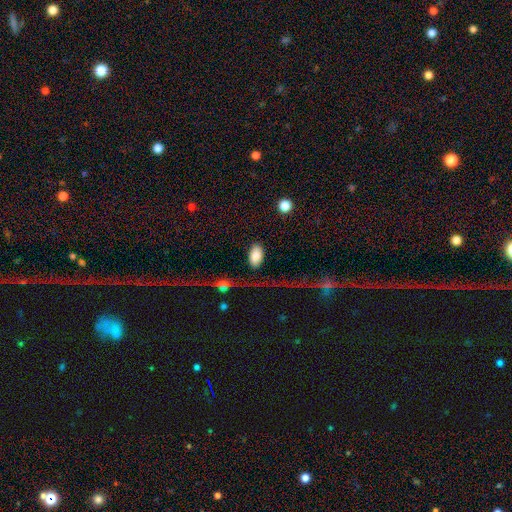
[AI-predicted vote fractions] Q: Smooth or featured?
A: smooth (83%); runner-up: featured or disk (8%)
Q: How rounded?
A: in between (93%); runner-up: round (5%)
Q: Merging?
A: none (79%); runner-up: minor disturbance (11%)